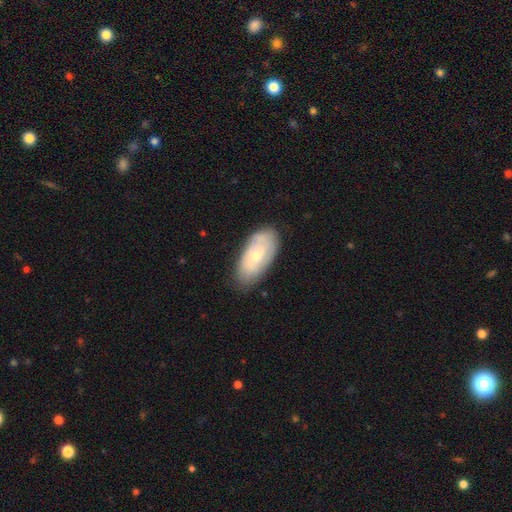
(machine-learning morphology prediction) Smooth or featured? smooth (59%)
How rounded? in between (93%)
Merging? none (75%)